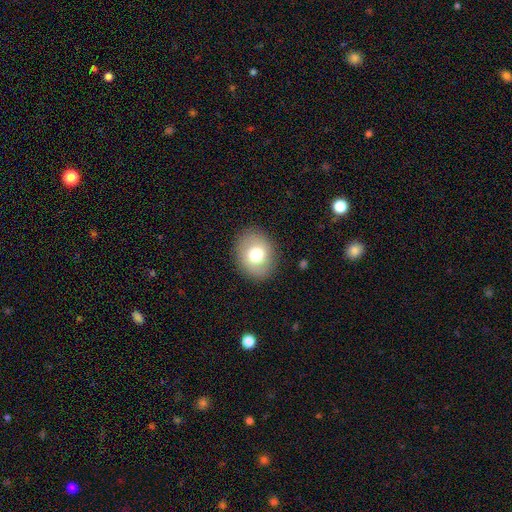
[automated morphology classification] A smooth galaxy with no disk features (71%) that is round (55%).

Vote fractions:
- Smooth or featured? smooth: 71% / featured or disk: 19% / star or artifact: 10%
- How rounded? round: 55% / in between: 44% / cigar-shaped: 1%
- Merging? none: 89% / minor disturbance: 8% / major disturbance: 2% / merger: 1%